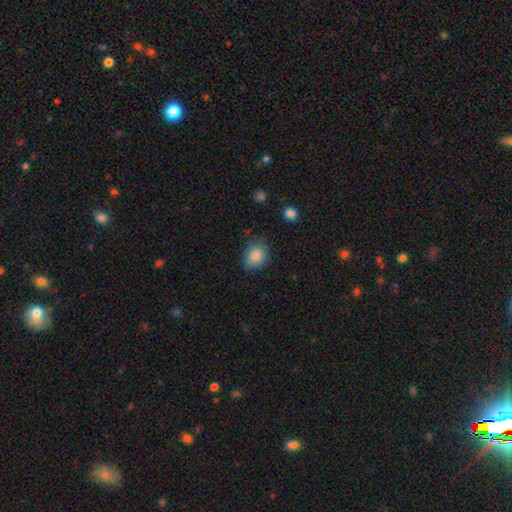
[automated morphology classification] smooth 86%, star or artifact 9%, featured or disk 6%. Down the decision tree: how rounded — in between (51%); merging — none (71%).